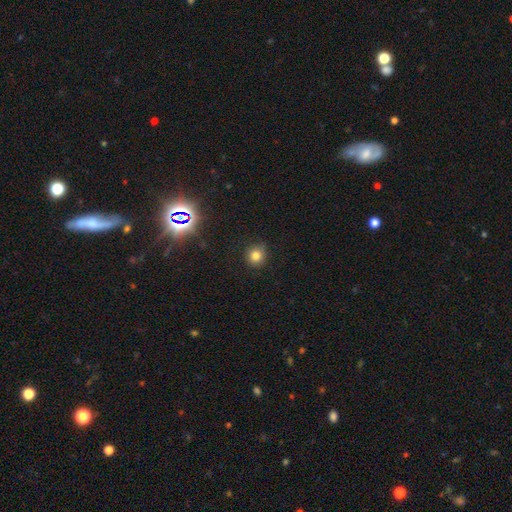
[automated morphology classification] Smooth or featured? Predicted: smooth (p=0.79). How rounded? Predicted: round (p=0.89). Merging? Predicted: none (p=0.84).